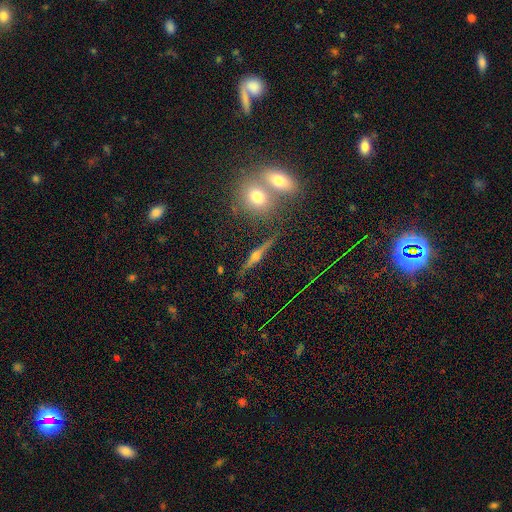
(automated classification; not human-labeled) A featured or disk galaxy (72%) viewed edge-on (95%) with a rounded central bulge (92%). Merging: none (80%).